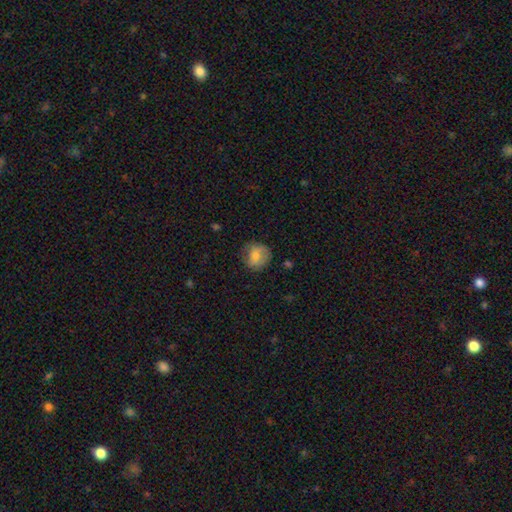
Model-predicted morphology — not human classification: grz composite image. It shows a smooth galaxy with no disk features (68%) that is round (81%). Merging: none (73%).